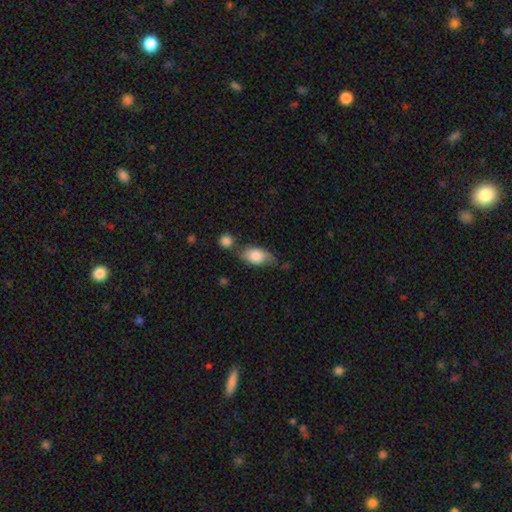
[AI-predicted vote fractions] Q: Smooth or featured?
A: smooth (78%); runner-up: featured or disk (15%)
Q: How rounded?
A: in between (86%); runner-up: round (10%)
Q: Merging?
A: none (49%); runner-up: minor disturbance (26%)